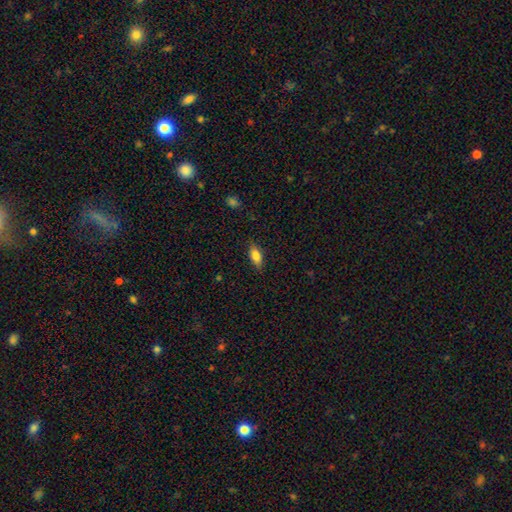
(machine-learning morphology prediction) Smooth or featured: smooth — 80% (featured or disk — 13%)
How rounded: in between — 83% (cigar-shaped — 14%)
Merging: none — 84% (minor disturbance — 12%)